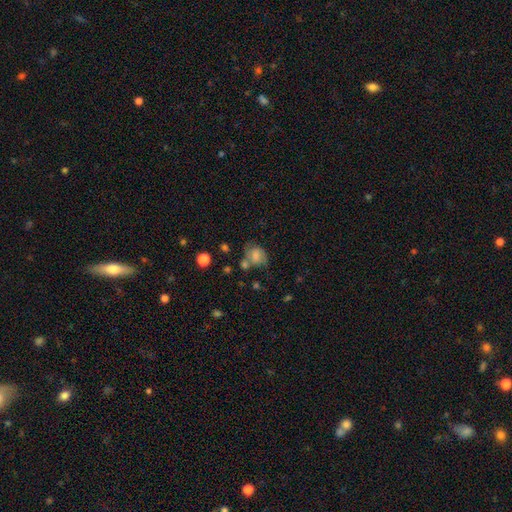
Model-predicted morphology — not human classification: Smooth or featured: smooth — 68% (featured or disk — 21%)
How rounded: round — 51% (in between — 48%)
Merging: none — 44% (minor disturbance — 25%)